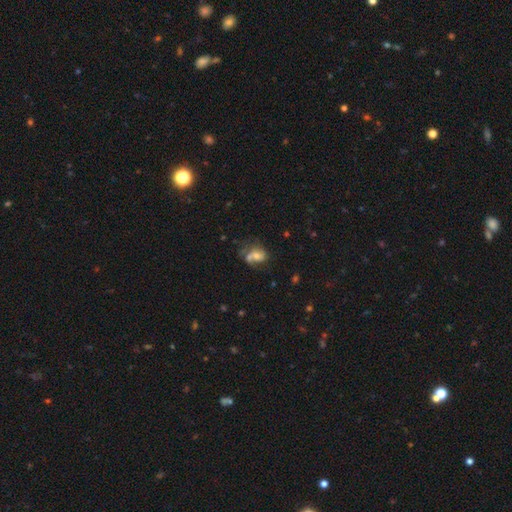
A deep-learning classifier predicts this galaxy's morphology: Q: Smooth or featured?
A: smooth (45%); runner-up: featured or disk (43%)
Q: Merging?
A: merger (32%); tied with: none (32%)